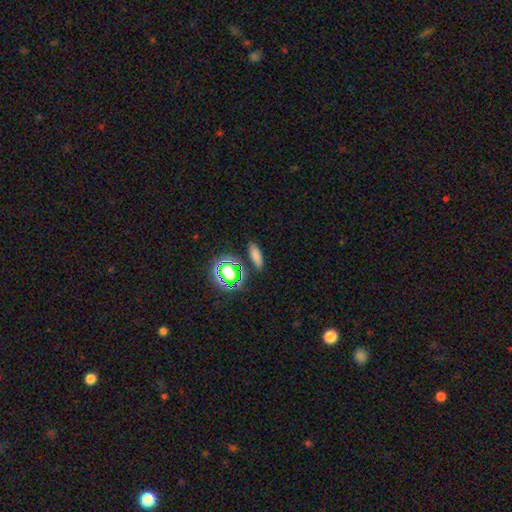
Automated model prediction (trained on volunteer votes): Overall: smooth (74%). How rounded: in between (52%; cigar-shaped 39%). Merging: none (84%).